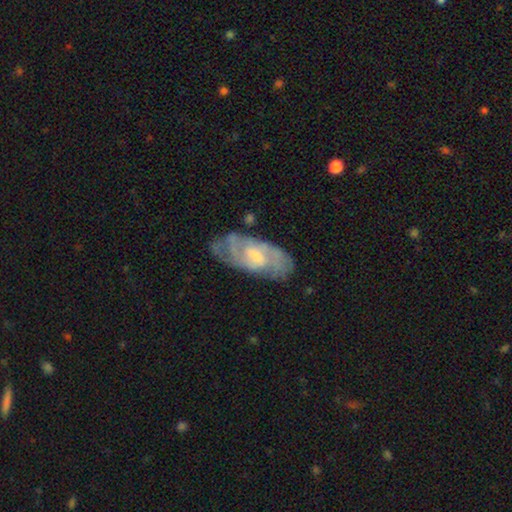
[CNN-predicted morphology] A featured or disk galaxy (77%) with a weak bar (56%), 2 (47%) tight (44%, tied with medium) spiral arms (89%) and a moderate central bulge (45%). Merging: none (68%).